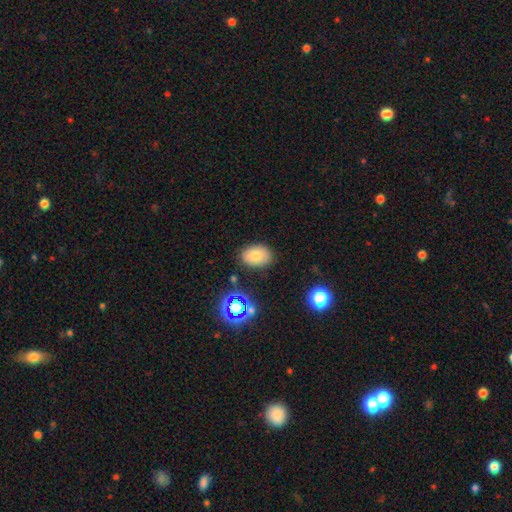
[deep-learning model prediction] Smooth or featured: smooth — 78% (star or artifact — 12%)
How rounded: in between — 81% (round — 18%)
Merging: none — 82% (minor disturbance — 12%)